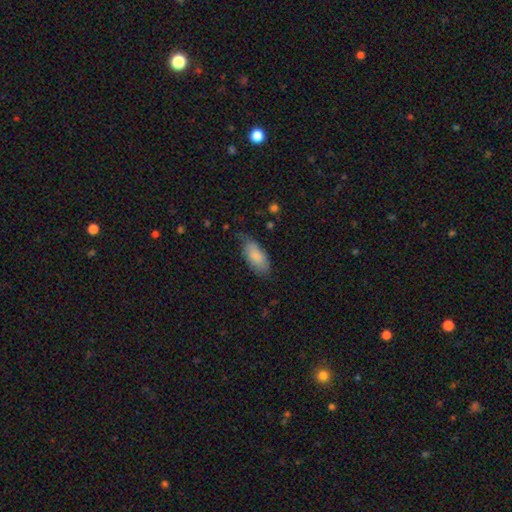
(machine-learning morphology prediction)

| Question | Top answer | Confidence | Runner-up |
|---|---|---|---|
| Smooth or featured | smooth | 84% | featured or disk (10%) |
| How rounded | in between | 88% | cigar-shaped (10%) |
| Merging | none | 66% | minor disturbance (26%) |